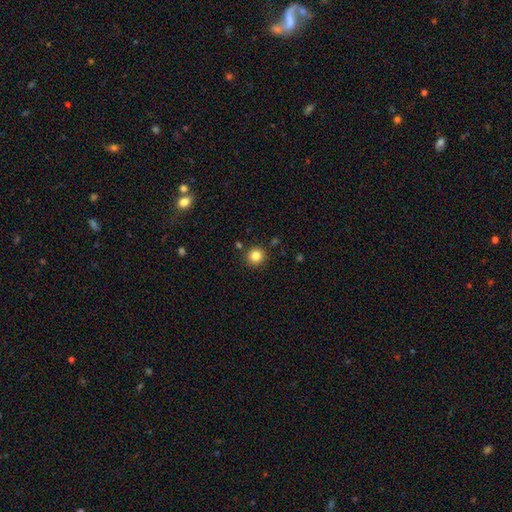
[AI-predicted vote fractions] This appears to be a smooth galaxy with no disk features (83%) that is round (93%). Merging: none (88%).